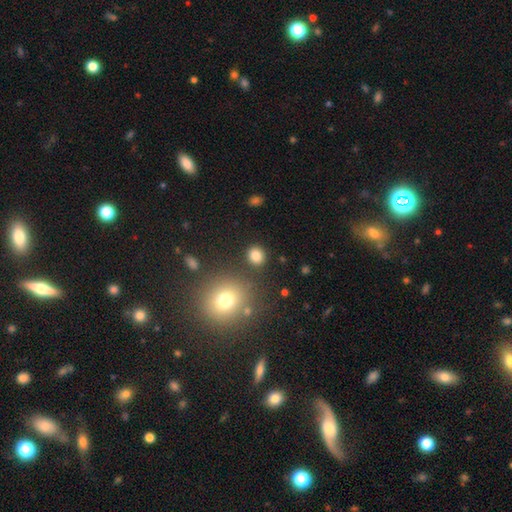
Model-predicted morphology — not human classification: type=smooth (83%); roundness=round (80%); merging=none (86%).